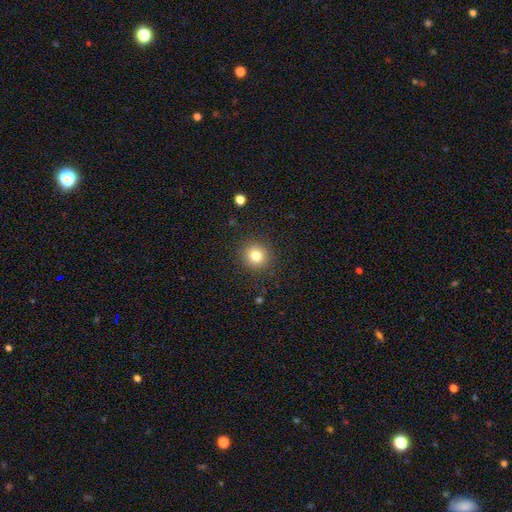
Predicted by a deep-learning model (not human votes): This is clearly a smooth galaxy (81%). How rounded: clearly round (92%). Merging: clearly none (90%).